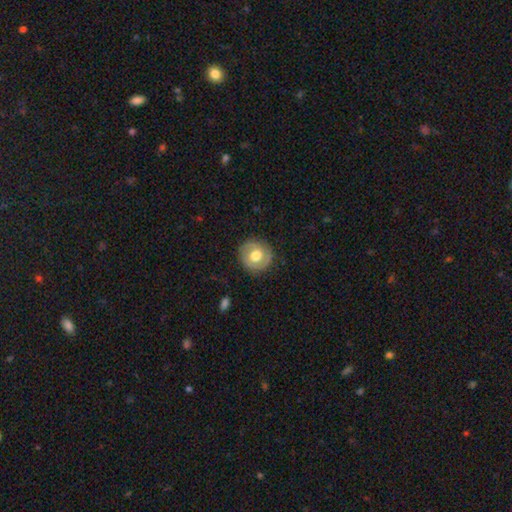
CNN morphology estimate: Smooth or featured: smooth — 54% (featured or disk — 39%)
How rounded: round — 90% (in between — 9%)
Merging: none — 85% (minor disturbance — 11%)